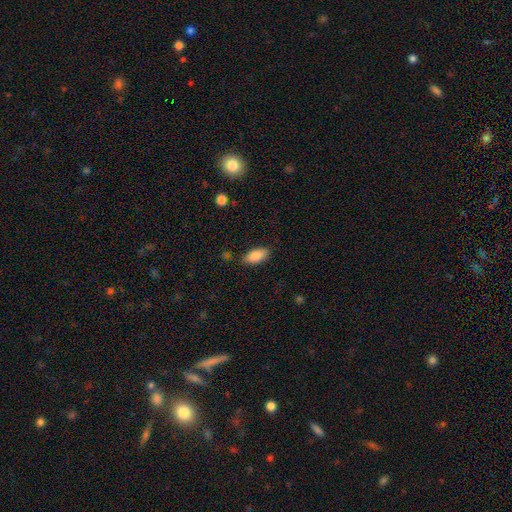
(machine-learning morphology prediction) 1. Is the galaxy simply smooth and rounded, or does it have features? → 86% smooth, 7% featured or disk, 7% star or artifact.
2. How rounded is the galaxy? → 90% in between, 8% cigar-shaped, 2% round.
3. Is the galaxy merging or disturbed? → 82% none, 13% minor disturbance, 3% major disturbance, 2% merger.